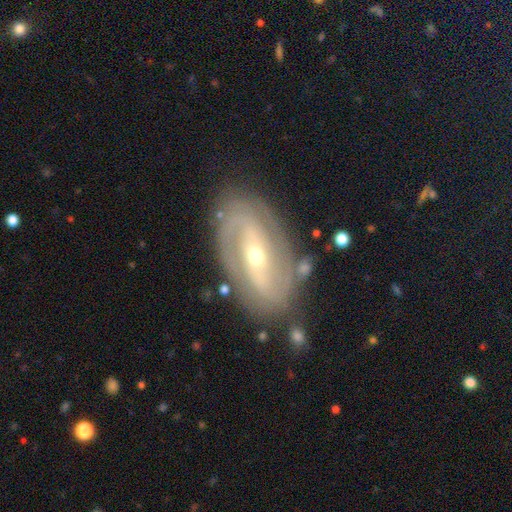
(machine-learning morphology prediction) A featured or disk galaxy (84%) with a weak bar (37%), 2 (71%) tight (51%) spiral arms (88%) and a small central bulge (52%).

Vote fractions:
- Smooth or featured? featured or disk: 84% / smooth: 10% / star or artifact: 6%
- Edge-on disk? no: 93% / yes: 7%
- Bar? weak: 37% / strong: 35% / no: 29%
- Spiral arms? yes: 88% / no: 12%
- Spiral winding? tight: 51% / medium: 35% / loose: 14%
- Spiral arm count? 2: 71% / can't tell: 16% / 3: 6% / 1: 3% / 4: 2% / more than 4: 2%
- Bulge size? small: 52% / moderate: 45% / large: 2% / dominant: 1% / none: 1%
- Merging? none: 80% / minor disturbance: 13% / major disturbance: 5% / merger: 2%